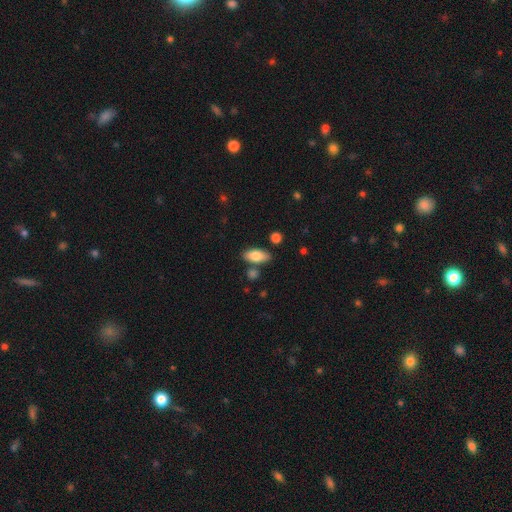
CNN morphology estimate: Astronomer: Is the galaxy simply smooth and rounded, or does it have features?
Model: smooth — 80%.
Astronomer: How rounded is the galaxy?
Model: in between — 88%.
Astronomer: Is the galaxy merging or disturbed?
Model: none — 78%.